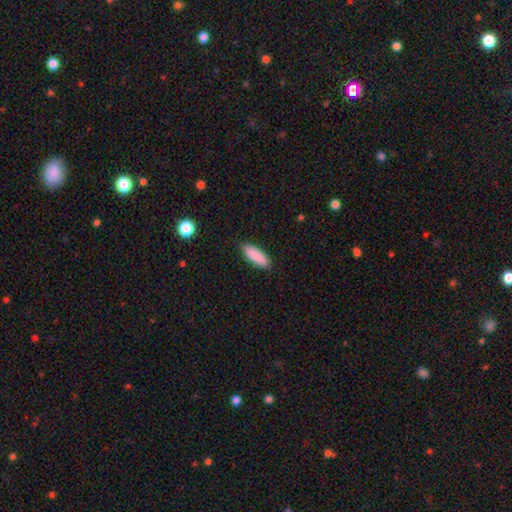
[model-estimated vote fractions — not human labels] smooth 89%, star or artifact 6%, featured or disk 5%. Down the decision tree: how rounded — in between (55%); merging — none (87%).